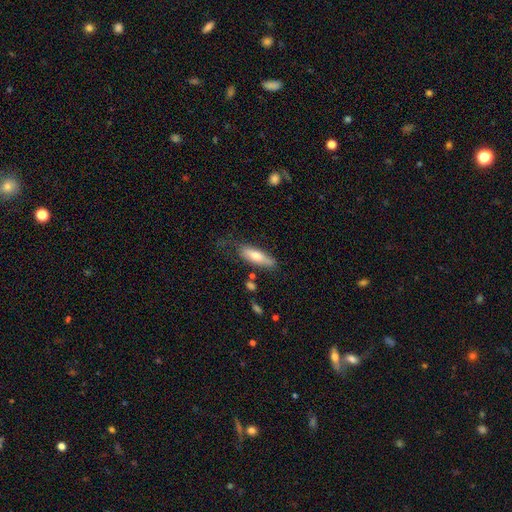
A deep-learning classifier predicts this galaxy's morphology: This is likely a smooth galaxy (66%). How rounded: possibly cigar-shaped (52%). Merging: possibly none (56%).